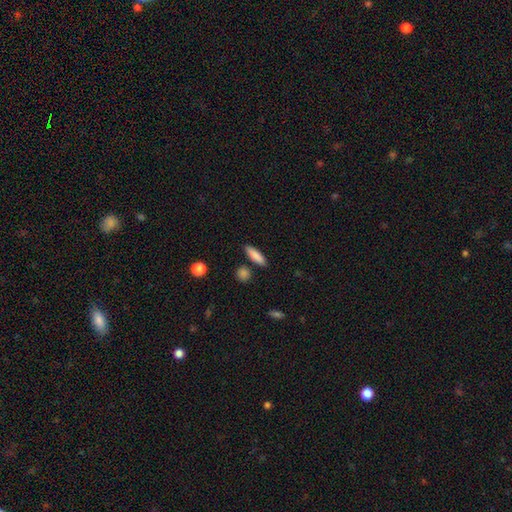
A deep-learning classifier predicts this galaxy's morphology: Smooth or featured? smooth (85%)
How rounded? cigar-shaped (60%)
Merging? none (84%)